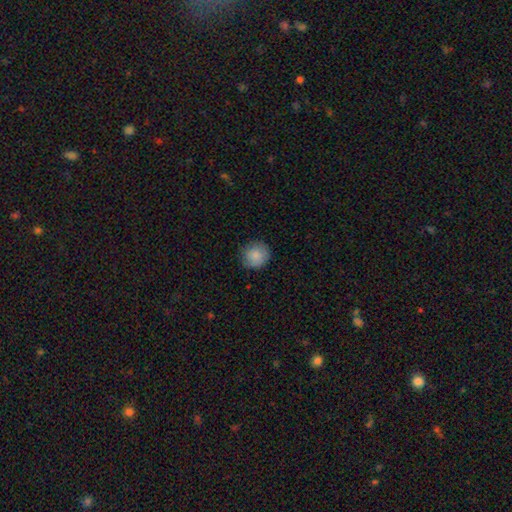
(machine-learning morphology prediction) Smooth or featured?
  - smooth: 86% *
  - star or artifact: 7%
  - featured or disk: 7%
How rounded?
  - round: 90% *
  - in between: 9%
  - cigar-shaped: 1%
Merging?
  - none: 83% *
  - minor disturbance: 14%
  - major disturbance: 3%
  - merger: 1%